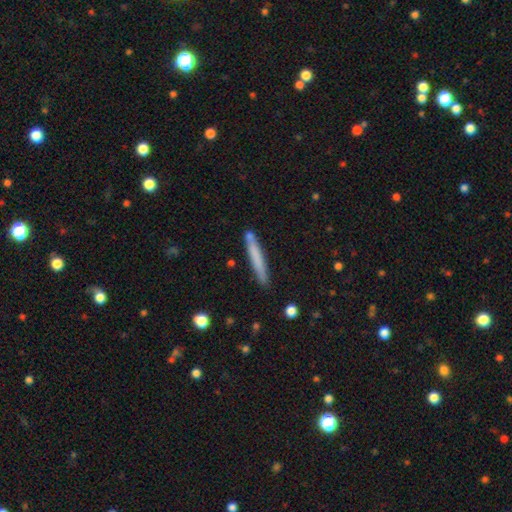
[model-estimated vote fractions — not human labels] This is likely a smooth galaxy (69%). How rounded: clearly cigar-shaped (96%). Merging: clearly none (84%).